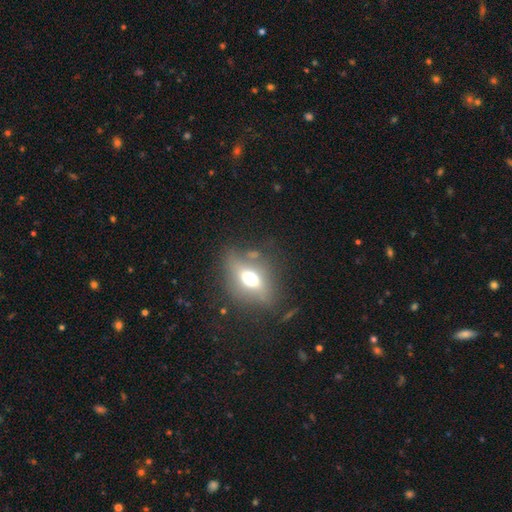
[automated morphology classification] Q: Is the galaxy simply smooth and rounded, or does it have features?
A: featured or disk — 44%.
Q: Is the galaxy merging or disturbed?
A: none — 73%.